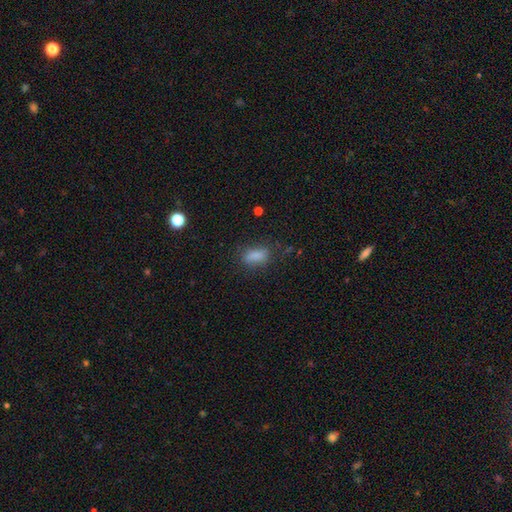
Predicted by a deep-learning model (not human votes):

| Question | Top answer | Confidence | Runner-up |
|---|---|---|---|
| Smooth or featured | smooth | 82% | star or artifact (10%) |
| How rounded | in between | 82% | cigar-shaped (12%) |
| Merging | none | 73% | minor disturbance (17%) |